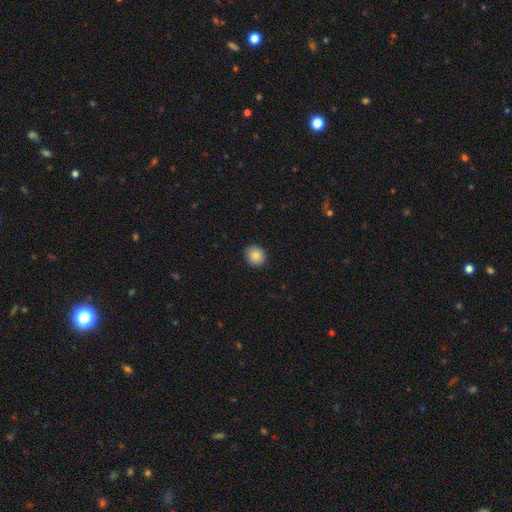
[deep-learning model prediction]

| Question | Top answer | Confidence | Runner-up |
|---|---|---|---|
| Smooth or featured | smooth | 84% | star or artifact (9%) |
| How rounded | round | 82% | in between (17%) |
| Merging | none | 90% | minor disturbance (7%) |